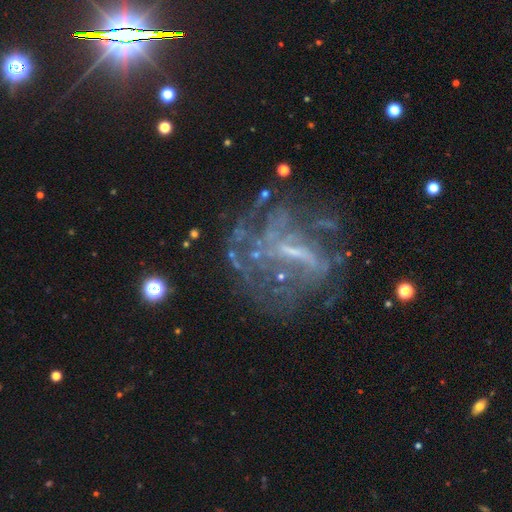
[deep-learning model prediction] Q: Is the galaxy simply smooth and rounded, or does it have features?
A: featured or disk — 78%.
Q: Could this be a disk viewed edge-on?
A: no — 97%.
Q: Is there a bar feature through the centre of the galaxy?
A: weak — 43%.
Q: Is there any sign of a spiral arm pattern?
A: yes — 69%.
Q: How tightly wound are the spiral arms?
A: medium — 37%.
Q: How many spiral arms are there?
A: can't tell — 48%.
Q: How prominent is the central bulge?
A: small — 41%.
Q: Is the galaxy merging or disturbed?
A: none — 48%.